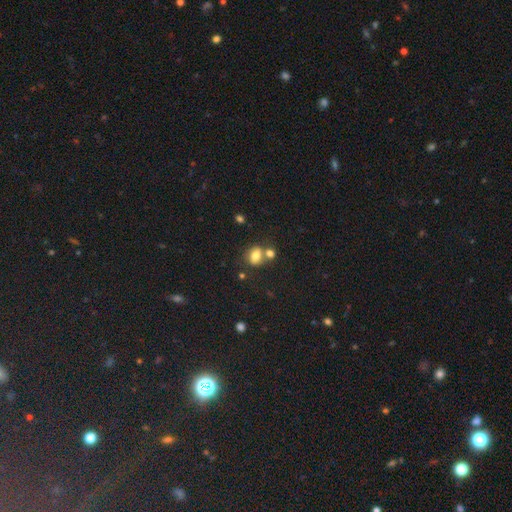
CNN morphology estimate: Smooth or featured? Predicted: smooth (p=0.77). How rounded? Predicted: in between (p=0.54). Merging? Predicted: none (p=0.51).